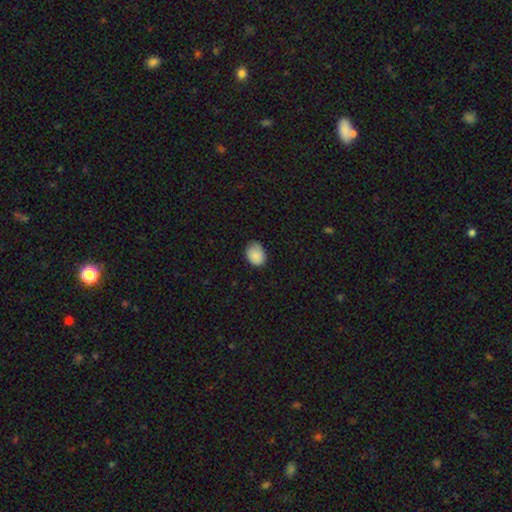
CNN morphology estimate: This appears to be a smooth galaxy with no disk features (84%) that is in between round and cigar-shaped (65%). Merging: none (65%).